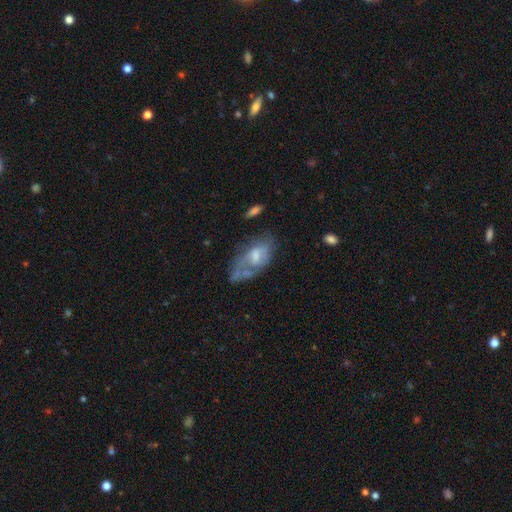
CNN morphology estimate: smooth_or_featured: featured or disk (p=0.60) [alt: smooth p=0.32]
disk_edge_on: no (p=0.92) [alt: yes p=0.08]
bar: no (p=0.60) [alt: weak p=0.35]
has_spiral_arms: yes (p=0.53) [alt: no p=0.47]
bulge_size: moderate (p=0.47) [alt: small p=0.33]
merging: none (p=0.37) [alt: major disturbance p=0.27]